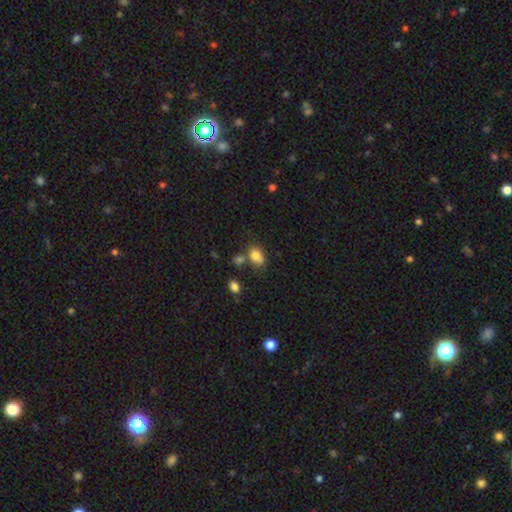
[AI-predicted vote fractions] A smooth galaxy with no disk features (80%) that is in between round and cigar-shaped (74%). Merging: none (53%).